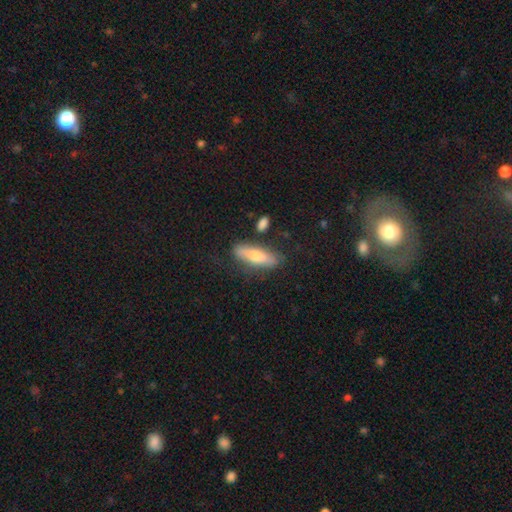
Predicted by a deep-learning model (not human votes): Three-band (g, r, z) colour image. It shows a smooth galaxy with no disk features (64%) that is cigar-shaped (55%). Merging: none (75%).